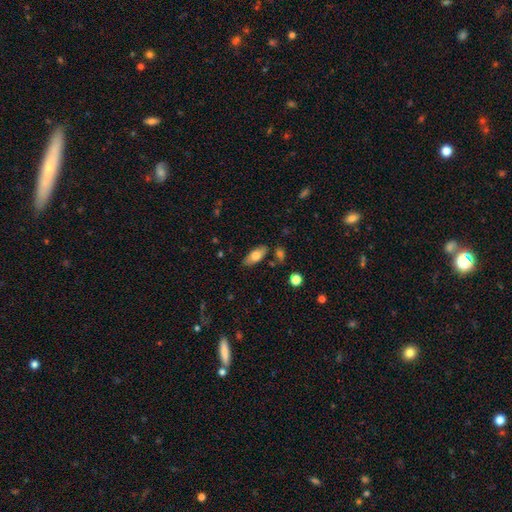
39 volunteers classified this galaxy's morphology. Volunteers were most divided on "smooth or featured": smooth: 69%, featured or disk: 23%, star or artifact: 8%. More confident: how rounded — in between (78%); merging — none (75%).